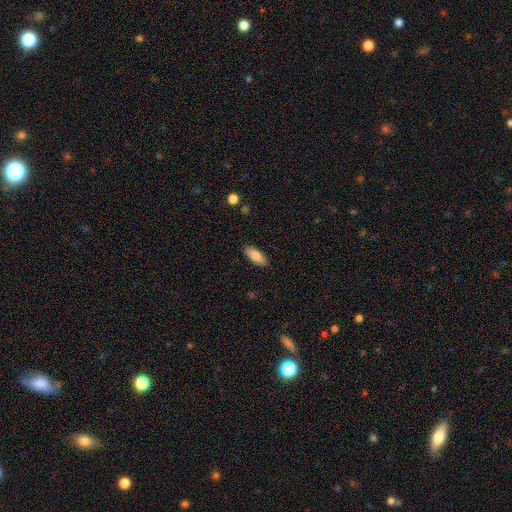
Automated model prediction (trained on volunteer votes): Overall: smooth (85%). How rounded: in between (73%). Merging: none (88%).